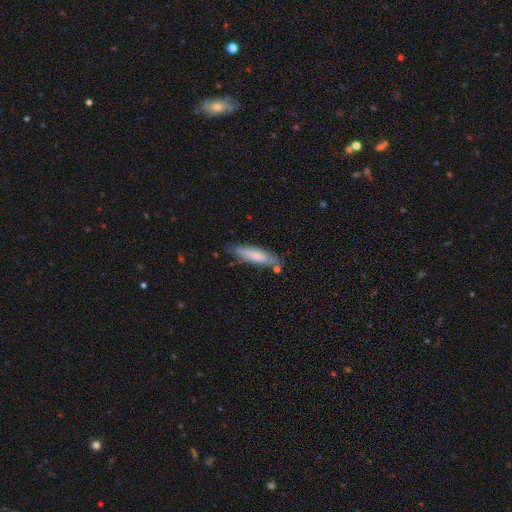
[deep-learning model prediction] Q: Smooth or featured?
A: smooth (74%); runner-up: featured or disk (20%)
Q: How rounded?
A: cigar-shaped (76%); runner-up: in between (22%)
Q: Merging?
A: none (76%); runner-up: minor disturbance (16%)